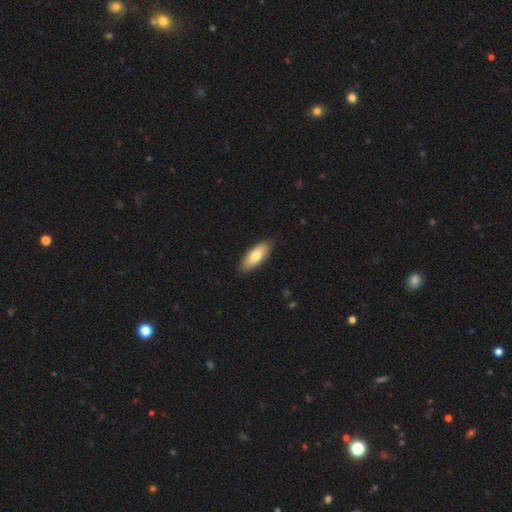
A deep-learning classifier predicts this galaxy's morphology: Smooth or featured?
  - smooth: 76% *
  - featured or disk: 18%
  - star or artifact: 6%
How rounded?
  - in between: 77% *
  - cigar-shaped: 21%
  - round: 2%
Merging?
  - none: 88% *
  - minor disturbance: 9%
  - major disturbance: 2%
  - merger: 1%